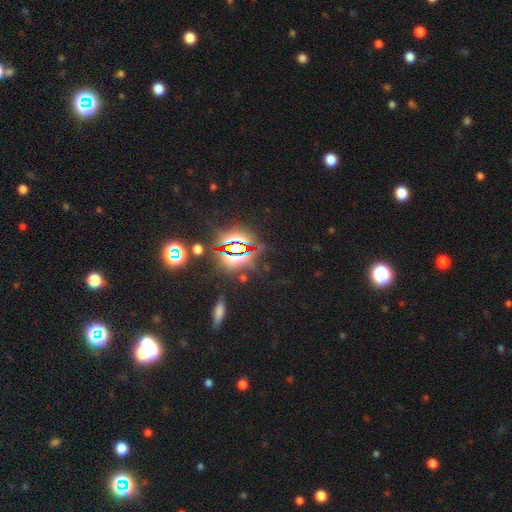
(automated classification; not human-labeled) A star or artifact, not a galaxy (82%).